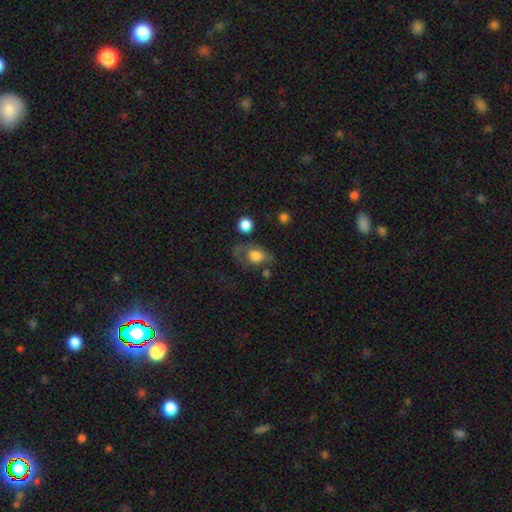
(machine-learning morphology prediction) The model was most divided on "merging": none: 42%, major disturbance: 25%, minor disturbance: 25%, merger: 8%. More confident: smooth or featured — smooth (67%); how rounded — in between (63%).